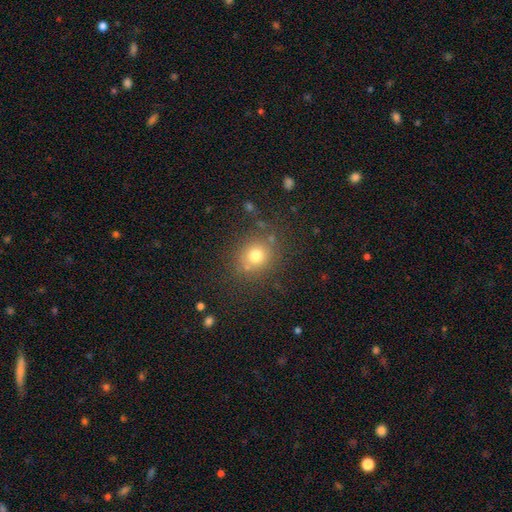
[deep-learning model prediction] Smooth or featured?
  - smooth: 74% *
  - star or artifact: 16%
  - featured or disk: 10%
How rounded?
  - round: 79% *
  - in between: 20%
  - cigar-shaped: 1%
Merging?
  - none: 79% *
  - minor disturbance: 11%
  - merger: 5%
  - major disturbance: 5%